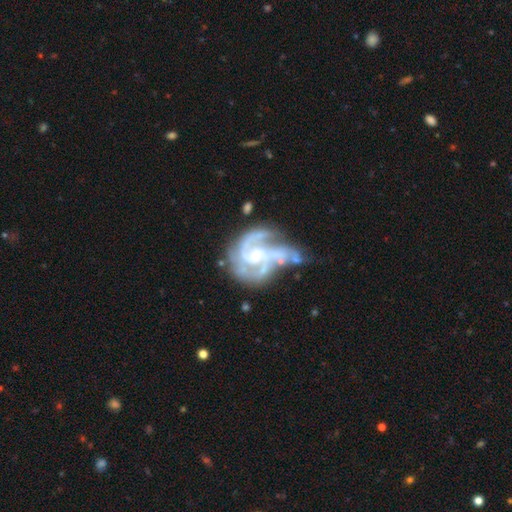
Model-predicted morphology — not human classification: Q: Smooth or featured?
A: featured or disk (92%); runner-up: star or artifact (5%)
Q: Edge-on disk?
A: no (98%); runner-up: yes (2%)
Q: Bar?
A: no (59%); runner-up: weak (33%)
Q: Spiral arms?
A: yes (98%); runner-up: no (2%)
Q: Spiral winding?
A: medium (49%); runner-up: tight (42%)
Q: Spiral arm count?
A: 3 (43%); runner-up: 2 (33%)
Q: Bulge size?
A: small (67%); runner-up: moderate (28%)
Q: Merging?
A: none (42%); runner-up: minor disturbance (25%)